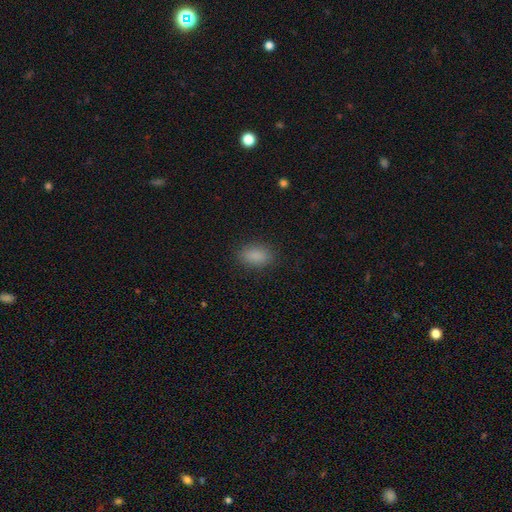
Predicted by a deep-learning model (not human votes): Smooth or featured? Predicted: smooth (p=0.87). How rounded? Predicted: in between (p=0.90). Merging? Predicted: none (p=0.86).